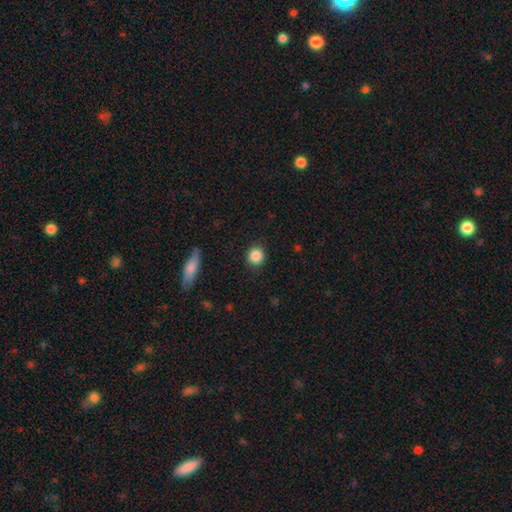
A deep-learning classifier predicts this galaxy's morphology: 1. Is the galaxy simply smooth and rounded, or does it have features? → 87% smooth, 9% star or artifact, 4% featured or disk.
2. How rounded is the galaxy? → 91% round, 8% in between, 1% cigar-shaped.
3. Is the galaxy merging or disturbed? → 90% none, 7% minor disturbance, 2% major disturbance, 1% merger.